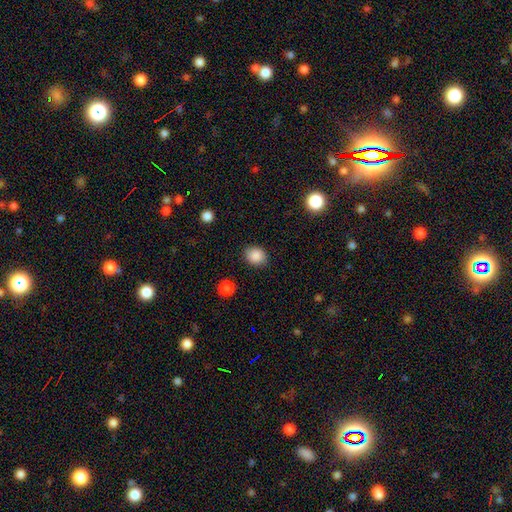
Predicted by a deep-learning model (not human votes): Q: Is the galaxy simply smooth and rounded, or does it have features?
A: smooth — 87%.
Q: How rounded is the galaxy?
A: round — 59%.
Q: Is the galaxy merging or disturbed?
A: none — 87%.